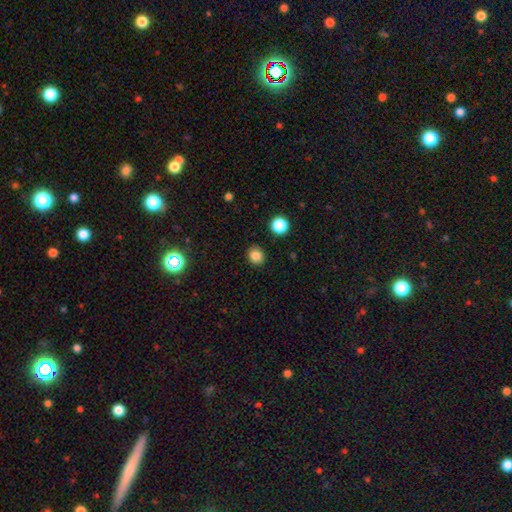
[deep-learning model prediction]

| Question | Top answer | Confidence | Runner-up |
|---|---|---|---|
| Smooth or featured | smooth | 83% | star or artifact (12%) |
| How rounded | round | 79% | in between (20%) |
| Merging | none | 90% | minor disturbance (7%) |